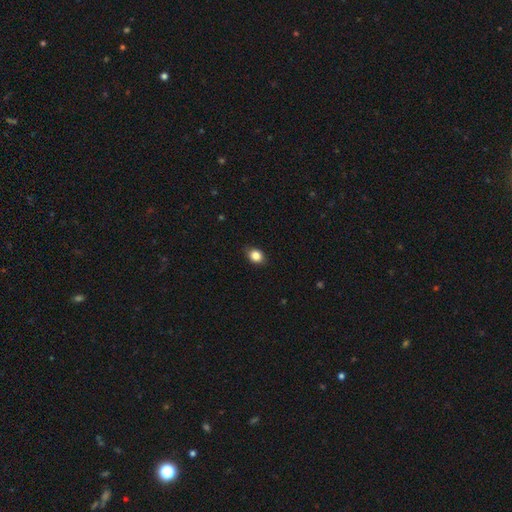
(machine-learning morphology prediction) Smooth or featured: smooth — 85% (star or artifact — 10%)
How rounded: in between — 56% (round — 43%)
Merging: none — 87% (minor disturbance — 10%)